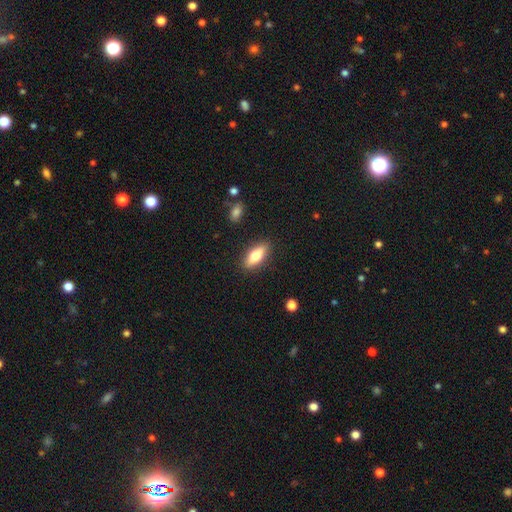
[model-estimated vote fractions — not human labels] Smooth or featured? Predicted: smooth (p=0.69). How rounded? Predicted: in between (p=0.69). Merging? Predicted: none (p=0.88).